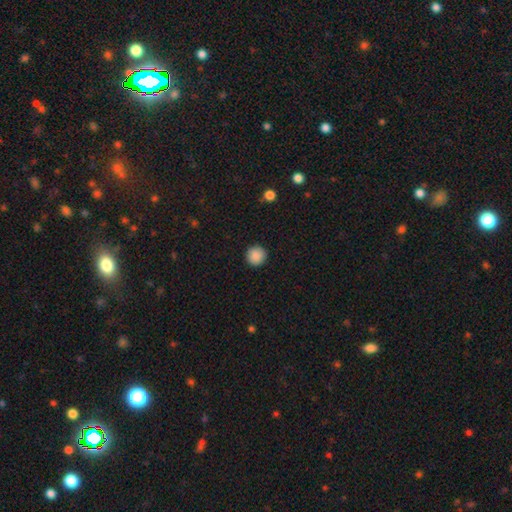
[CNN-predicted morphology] Smooth or featured? smooth (88%)
How rounded? round (96%)
Merging? none (92%)